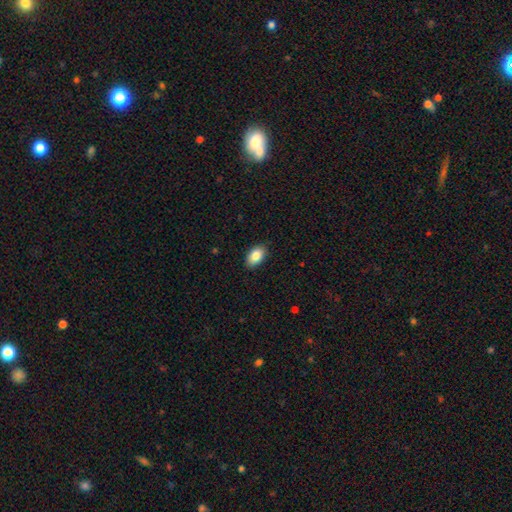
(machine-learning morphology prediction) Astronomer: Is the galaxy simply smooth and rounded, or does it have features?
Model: smooth — 86%.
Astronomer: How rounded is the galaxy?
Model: in between — 92%.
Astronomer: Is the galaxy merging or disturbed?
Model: none — 89%.